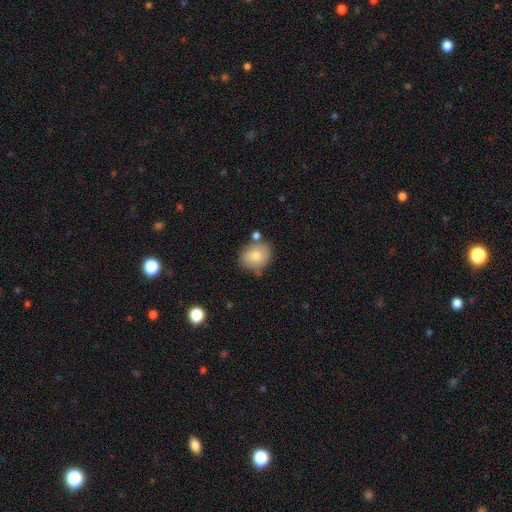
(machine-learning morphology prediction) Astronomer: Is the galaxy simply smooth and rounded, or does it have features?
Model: smooth — 79%.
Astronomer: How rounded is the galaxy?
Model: round — 57% (runner-up: in between, 42%).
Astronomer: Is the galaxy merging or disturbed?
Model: none — 65%.